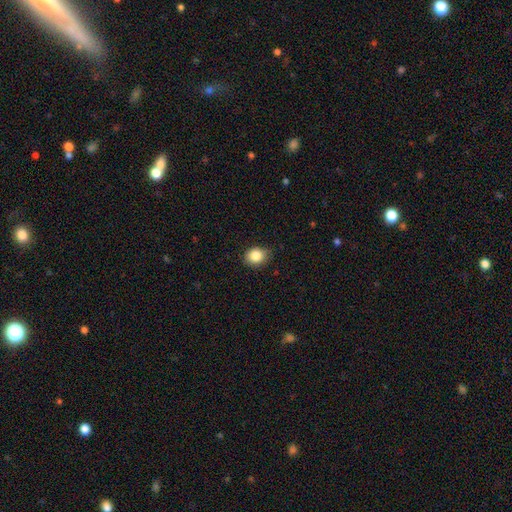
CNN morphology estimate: Overall: smooth (85%). How rounded: round (56%; in between 43%). Merging: none (81%).